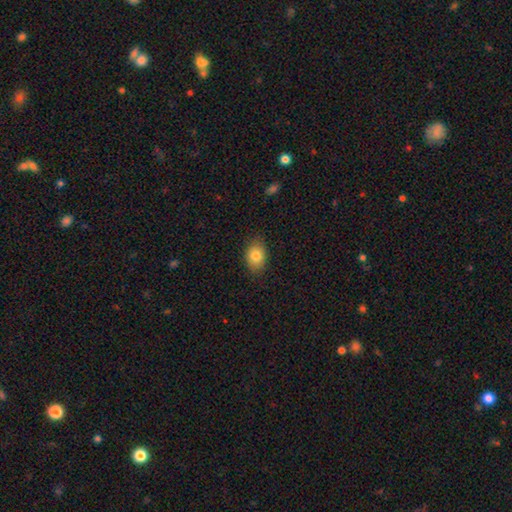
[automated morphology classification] This is clearly a smooth galaxy (82%). How rounded: likely in between (79%). Merging: clearly none (85%).